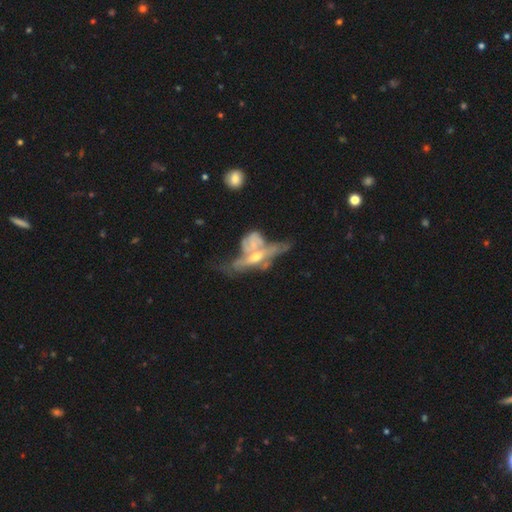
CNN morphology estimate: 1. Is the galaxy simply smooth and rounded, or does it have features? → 72% featured or disk, 19% smooth, 9% star or artifact.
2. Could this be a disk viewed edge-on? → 55% yes, 45% no.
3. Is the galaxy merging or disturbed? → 45% merger, 22% major disturbance, 21% none, 12% minor disturbance.